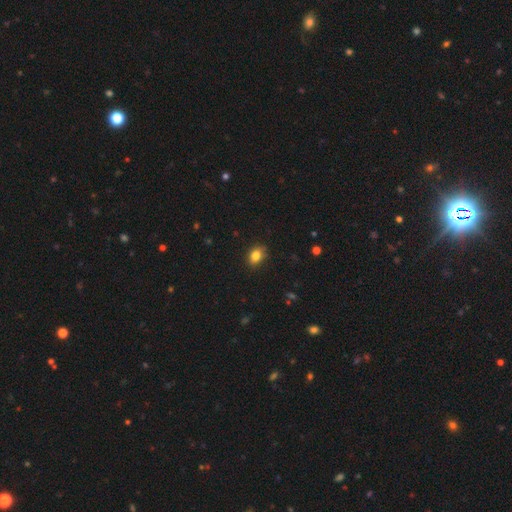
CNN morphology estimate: smooth_or_featured: smooth (p=0.84) [alt: star or artifact p=0.10]
how_rounded: in between (p=0.68) [alt: round p=0.30]
merging: none (p=0.80) [alt: minor disturbance p=0.16]